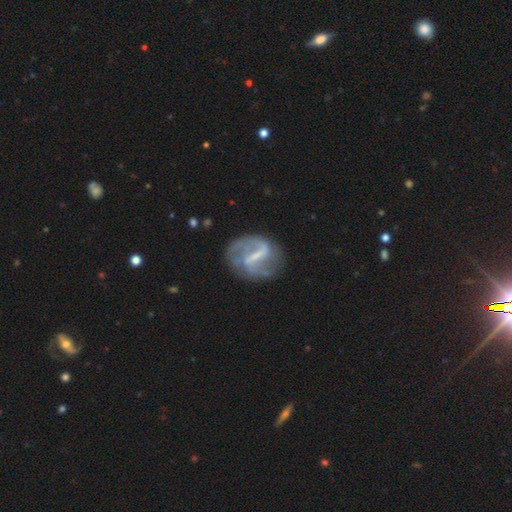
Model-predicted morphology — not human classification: type=featured or disk (81%); edge-on=no (97%); bar=strong (57%); spiral arms=yes (83%); winding=loose (49%); arm count=2 (78%); bulge=small (47%); merging=none (69%).